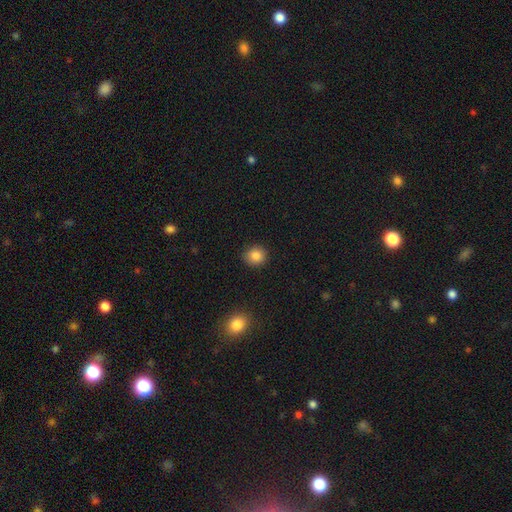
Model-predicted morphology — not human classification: smooth-or-featured: smooth: 85% | star or artifact: 10% | featured or disk: 5%
  how-rounded: round: 82% | in between: 17% | cigar-shaped: 1%
  merging: none: 89% | minor disturbance: 8% | major disturbance: 2% | merger: 1%